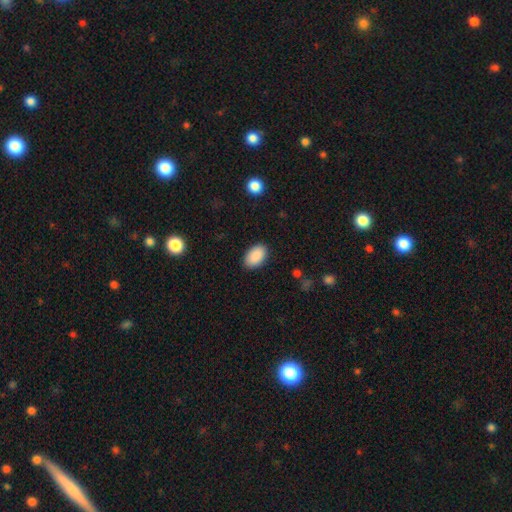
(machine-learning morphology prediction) Smooth or featured: smooth — 91% (star or artifact — 7%)
How rounded: in between — 93% (round — 6%)
Merging: none — 88% (minor disturbance — 8%)